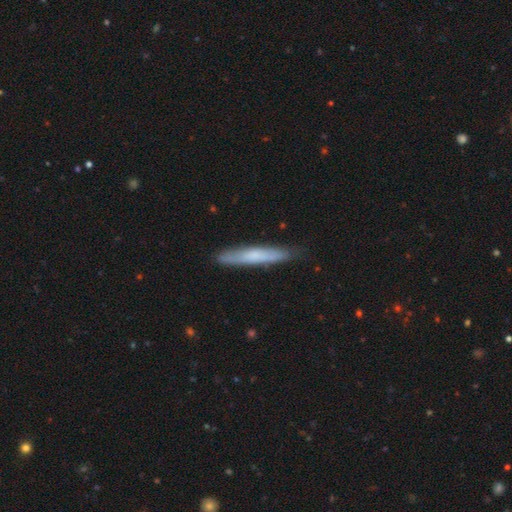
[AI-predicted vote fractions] A smooth galaxy with no disk features (61%) that is cigar-shaped (94%).

Vote fractions:
- Smooth or featured? smooth: 61% / featured or disk: 34% / star or artifact: 6%
- How rounded? cigar-shaped: 94% / in between: 5% / round: 1%
- Merging? none: 83% / minor disturbance: 13% / major disturbance: 2% / merger: 1%